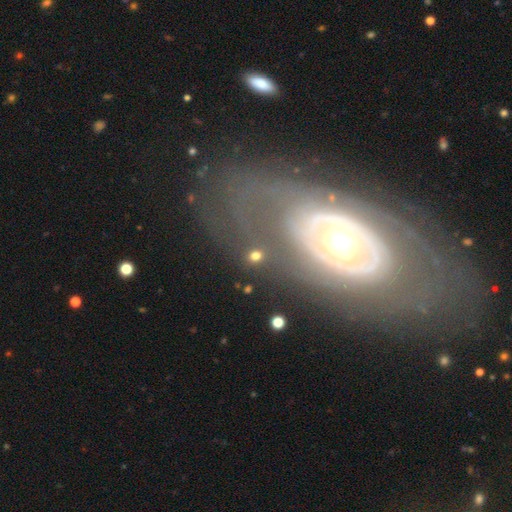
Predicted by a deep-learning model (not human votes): smooth-or-featured: smooth: 66% | star or artifact: 20% | featured or disk: 14%
  how-rounded: round: 73% | in between: 24% | cigar-shaped: 3%
  merging: none: 82% | minor disturbance: 9% | major disturbance: 5% | merger: 5%